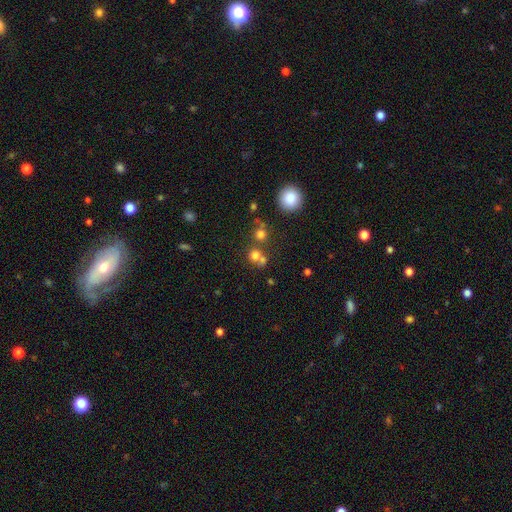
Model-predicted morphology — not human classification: type=smooth (74%); roundness=round (87%); merging=none (50%).